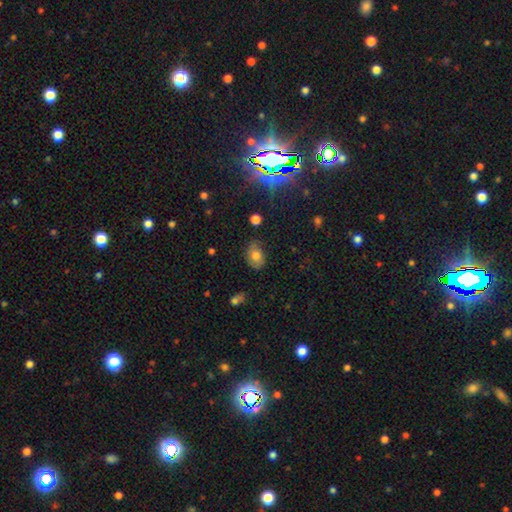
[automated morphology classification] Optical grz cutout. It shows a smooth galaxy with no disk features (70%) that is in between round and cigar-shaped (75%). Merging: none (67%).